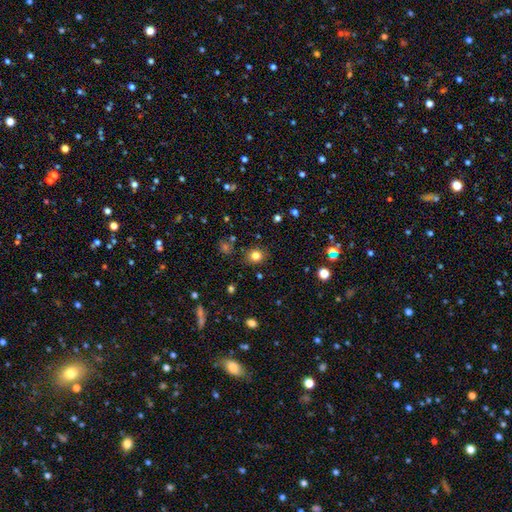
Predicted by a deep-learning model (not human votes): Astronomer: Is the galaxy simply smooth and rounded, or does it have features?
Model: smooth — 81%.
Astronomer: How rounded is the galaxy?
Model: round — 78%.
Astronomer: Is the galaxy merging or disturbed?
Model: none — 86%.